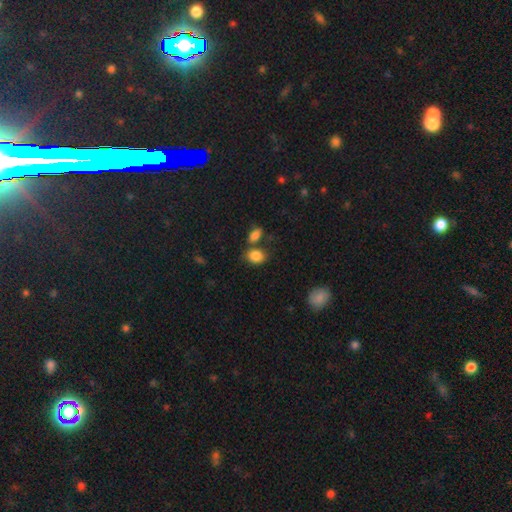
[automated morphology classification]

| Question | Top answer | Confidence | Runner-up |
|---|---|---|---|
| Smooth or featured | smooth | 85% | star or artifact (9%) |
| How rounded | in between | 64% | round (35%) |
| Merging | none | 60% | merger (22%) |